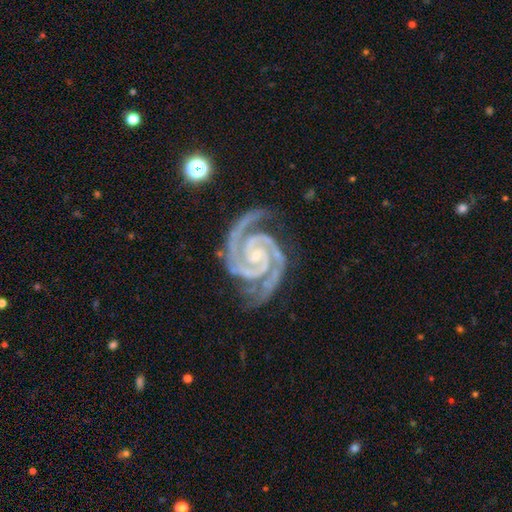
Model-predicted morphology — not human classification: featured or disk 95%, star or artifact 4%, smooth 2%. Down the decision tree: edge-on disk — no (98%); bar — no (59%); spiral arms — yes (99%); spiral arm count — 2 (84%); spiral winding — tight (73%); bulge size — small (78%); merging — none (76%).